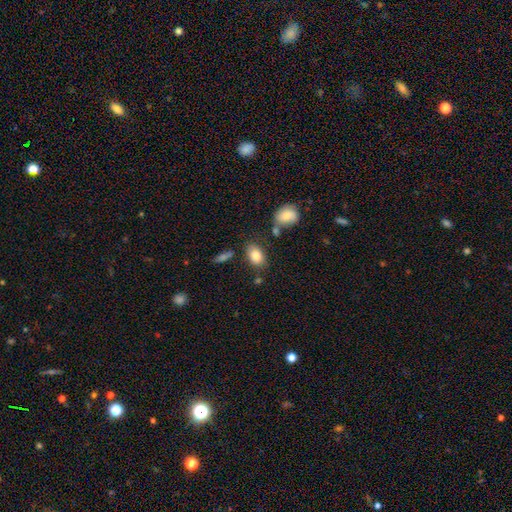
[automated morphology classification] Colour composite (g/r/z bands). It shows a smooth galaxy with no disk features (83%) that is in between round and cigar-shaped (85%). Merging: none (74%).